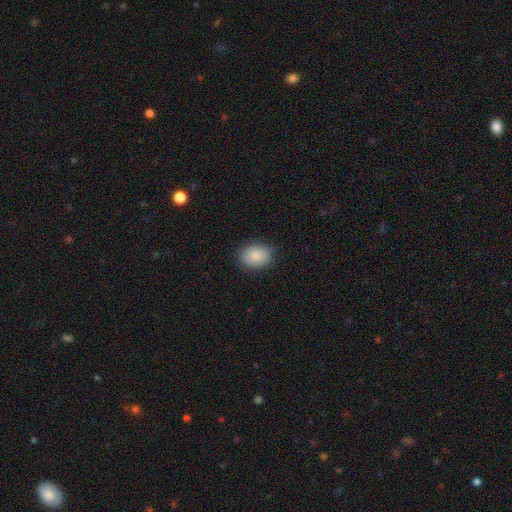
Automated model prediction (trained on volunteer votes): Smooth or featured? Predicted: smooth (p=0.87). How rounded? Predicted: in between (p=0.71). Merging? Predicted: none (p=0.84).